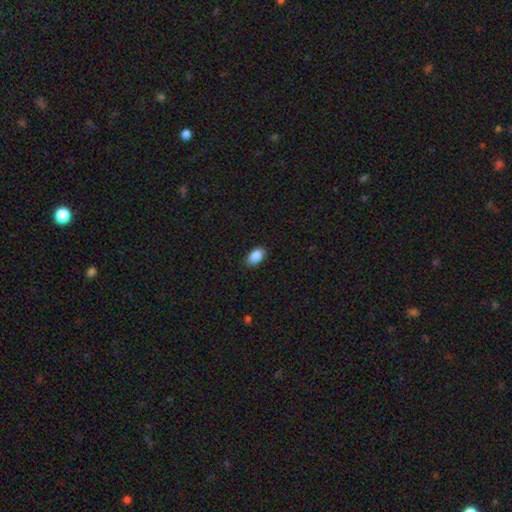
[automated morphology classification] Smooth or featured? Predicted: smooth (p=0.89). How rounded? Predicted: in between (p=0.93). Merging? Predicted: none (p=0.88).